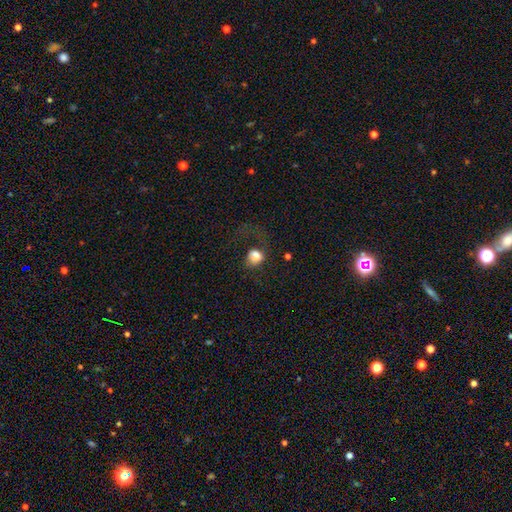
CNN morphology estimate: Smooth or featured: smooth — 78% (featured or disk — 12%)
How rounded: round — 59% (in between — 40%)
Merging: major disturbance — 46% (none — 32%)